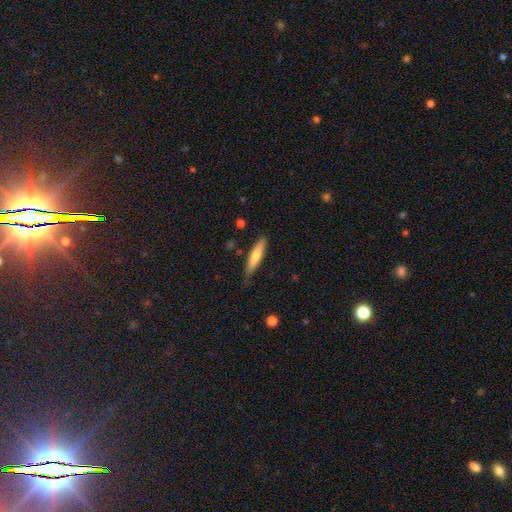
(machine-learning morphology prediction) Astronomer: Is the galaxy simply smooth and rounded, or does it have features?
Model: smooth — 65%.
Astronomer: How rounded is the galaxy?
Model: cigar-shaped — 85%.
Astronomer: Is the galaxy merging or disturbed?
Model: none — 76%.